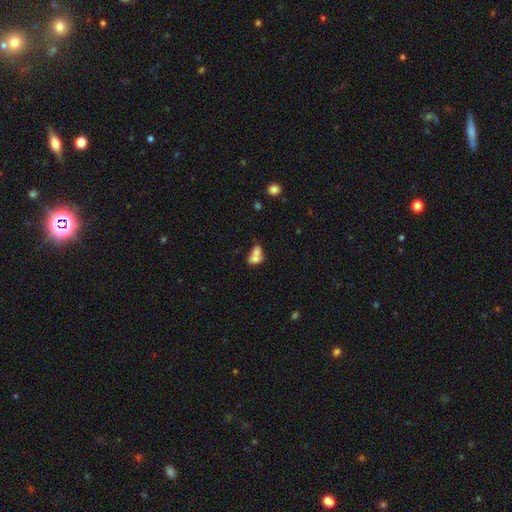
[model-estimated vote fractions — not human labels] Morphology: type=smooth (68%); roundness=in between (64%); merging=merger (71%).